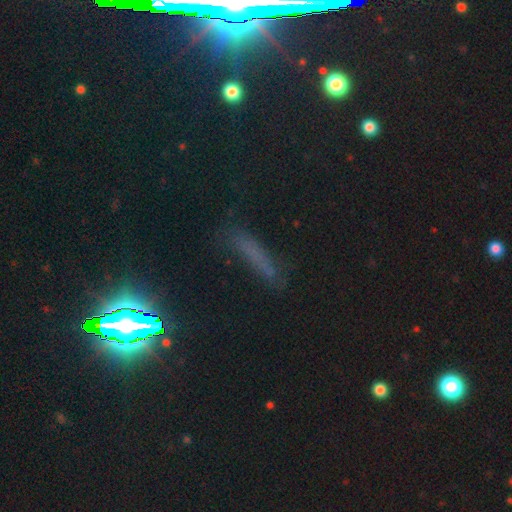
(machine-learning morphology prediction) Overall: star or artifact (43%; smooth 36%).